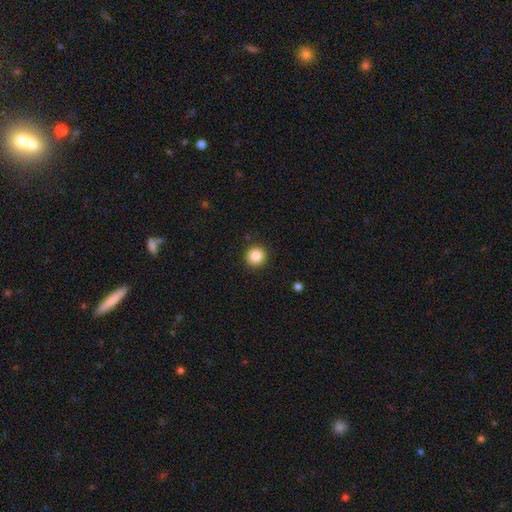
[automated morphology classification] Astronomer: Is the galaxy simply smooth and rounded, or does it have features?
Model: smooth — 86%.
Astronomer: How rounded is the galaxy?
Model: round — 94%.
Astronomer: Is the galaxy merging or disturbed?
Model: none — 91%.